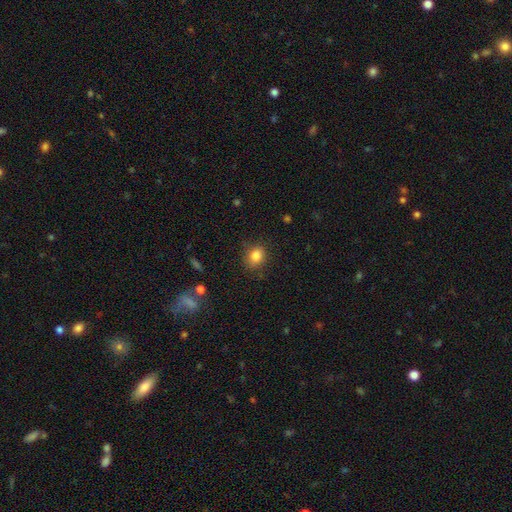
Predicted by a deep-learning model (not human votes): smooth 84%, star or artifact 10%, featured or disk 5%. Down the decision tree: how rounded — round (58%); merging — none (81%).